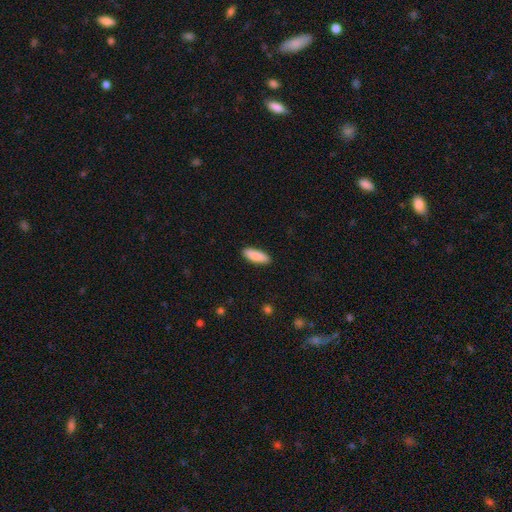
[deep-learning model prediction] This is clearly a smooth galaxy (89%). How rounded: likely in between (61%). Merging: clearly none (89%).